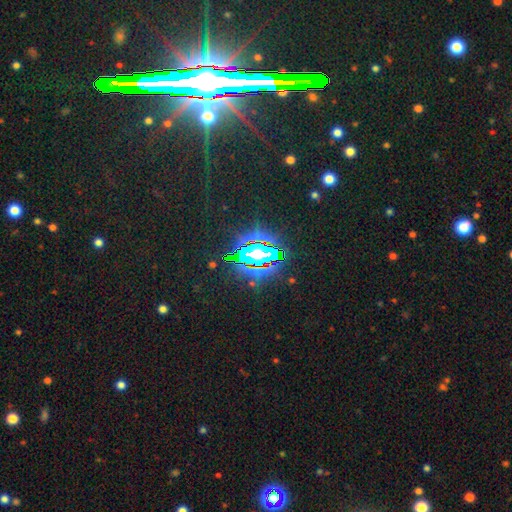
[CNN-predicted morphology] A star or artifact, not a galaxy (72%).

Vote fractions:
- Smooth or featured? star or artifact: 72% / smooth: 16% / featured or disk: 12%